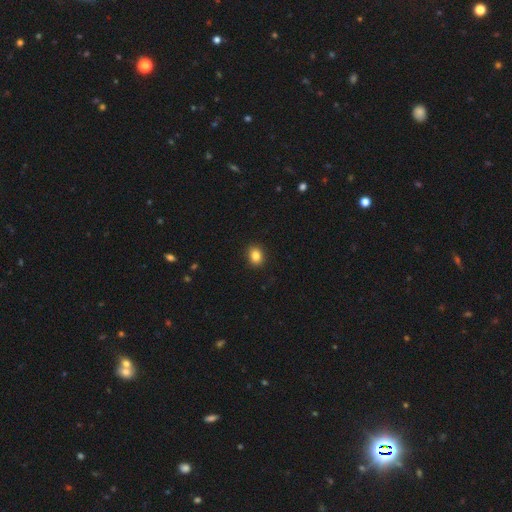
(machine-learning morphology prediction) smooth_or_featured: smooth (p=0.85) [alt: star or artifact p=0.10]
how_rounded: round (p=0.53) [alt: in between p=0.46]
merging: none (p=0.91) [alt: minor disturbance p=0.06]